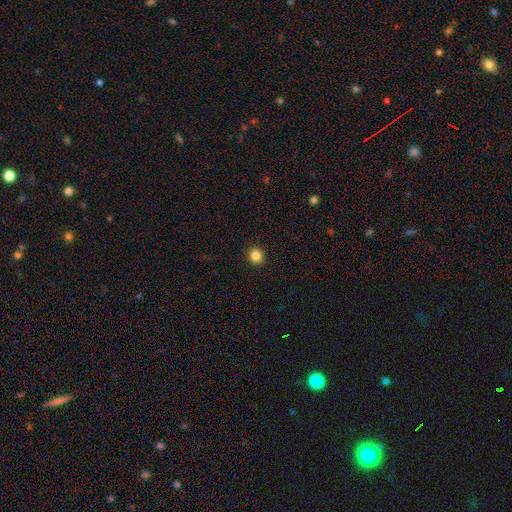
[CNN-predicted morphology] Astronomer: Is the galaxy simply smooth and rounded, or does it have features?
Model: smooth — 84%.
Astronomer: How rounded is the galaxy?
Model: round — 91%.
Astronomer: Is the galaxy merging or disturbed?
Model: none — 93%.